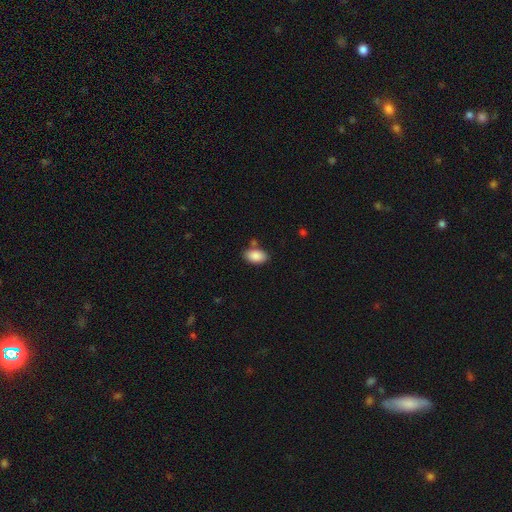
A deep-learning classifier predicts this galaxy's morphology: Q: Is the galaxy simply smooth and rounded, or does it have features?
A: smooth — 89%.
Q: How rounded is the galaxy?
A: in between — 92%.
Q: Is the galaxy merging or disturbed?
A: none — 76%.